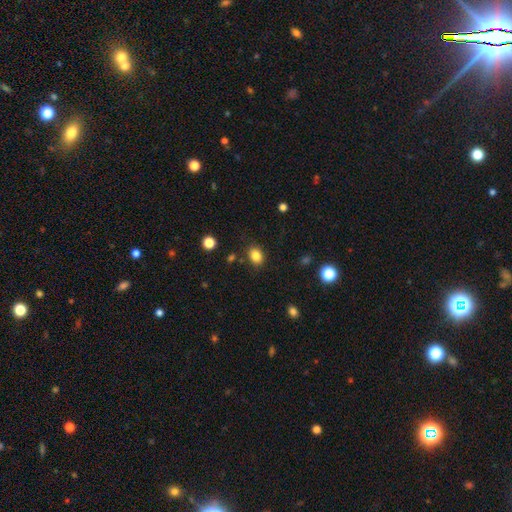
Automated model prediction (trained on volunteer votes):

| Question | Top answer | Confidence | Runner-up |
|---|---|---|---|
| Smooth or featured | smooth | 84% | star or artifact (11%) |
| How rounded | in between | 60% | round (39%) |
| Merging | none | 83% | minor disturbance (11%) |